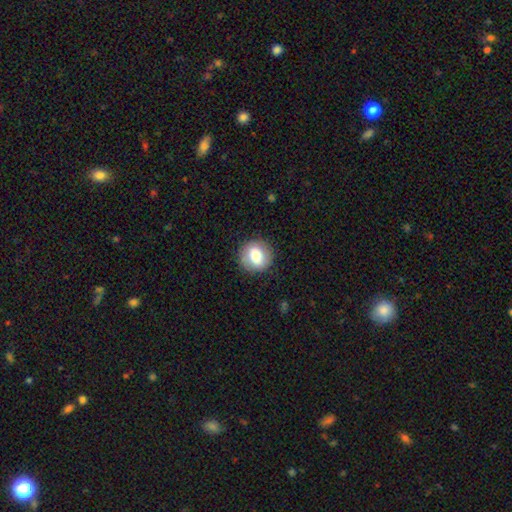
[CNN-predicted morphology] smooth-or-featured: smooth: 72% | featured or disk: 20% | star or artifact: 8%
  how-rounded: round: 88% | in between: 11% | cigar-shaped: 1%
  merging: none: 87% | minor disturbance: 9% | major disturbance: 3% | merger: 1%